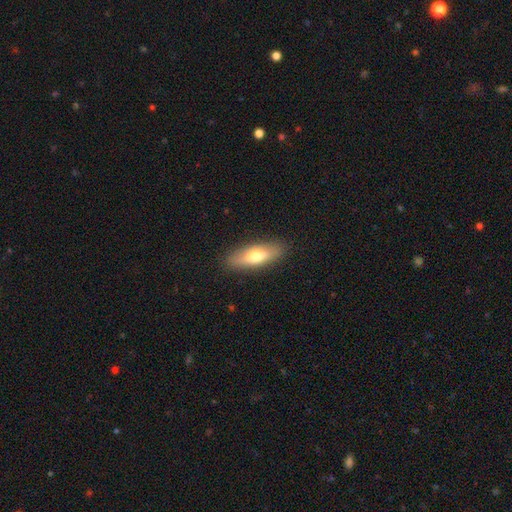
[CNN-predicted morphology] type=smooth (65%); roundness=in between (57%); merging=none (88%).